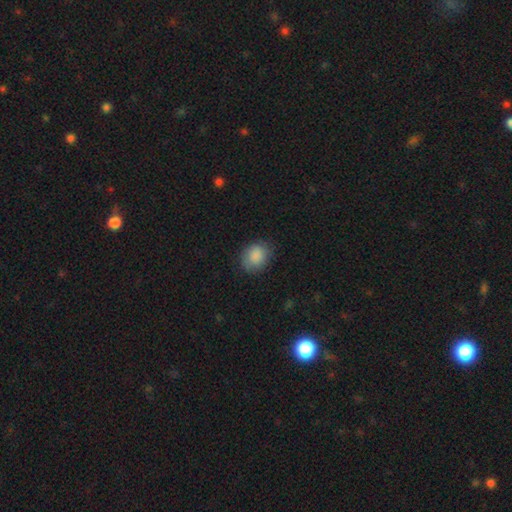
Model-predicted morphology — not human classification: Q: Smooth or featured?
A: smooth (87%); runner-up: star or artifact (7%)
Q: How rounded?
A: round (55%); runner-up: in between (44%)
Q: Merging?
A: none (79%); runner-up: minor disturbance (16%)